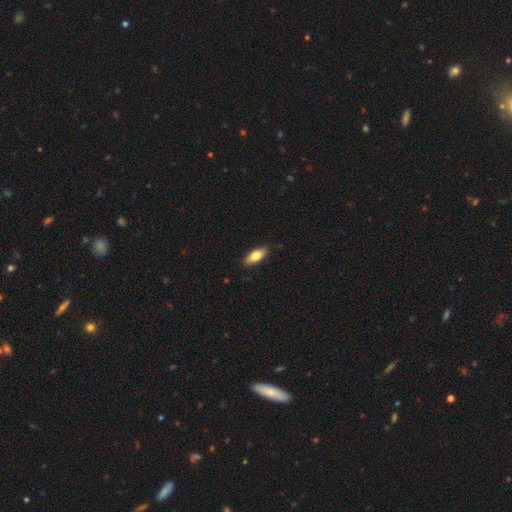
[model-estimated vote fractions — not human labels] Smooth or featured? smooth (75%)
How rounded? in between (82%)
Merging? none (88%)